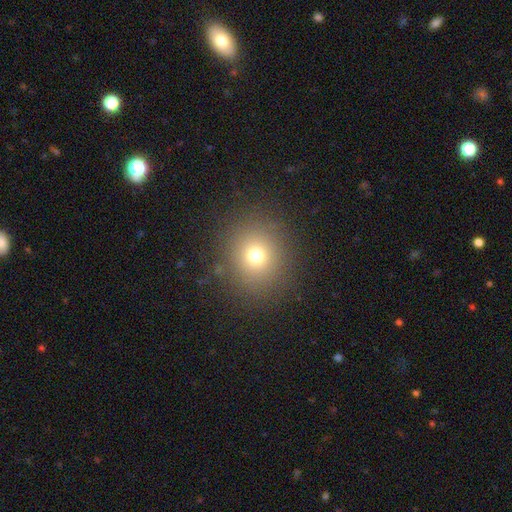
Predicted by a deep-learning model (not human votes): smooth 71%, star or artifact 19%, featured or disk 10%. Down the decision tree: how rounded — round (86%); merging — none (86%).